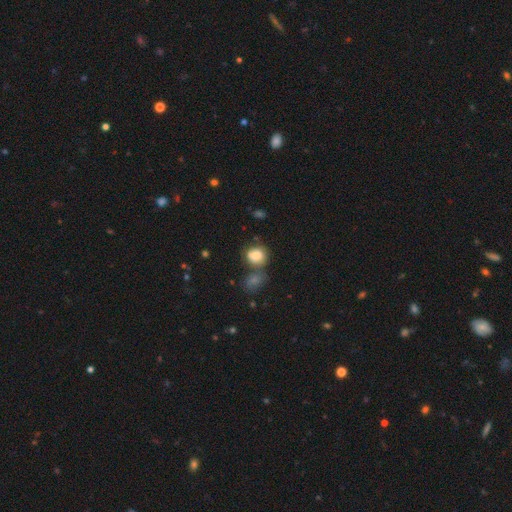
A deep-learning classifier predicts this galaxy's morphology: smooth-or-featured: smooth: 84% | star or artifact: 9% | featured or disk: 8%
  how-rounded: round: 71% | in between: 28% | cigar-shaped: 1%
  merging: none: 54% | merger: 24% | minor disturbance: 16% | major disturbance: 6%